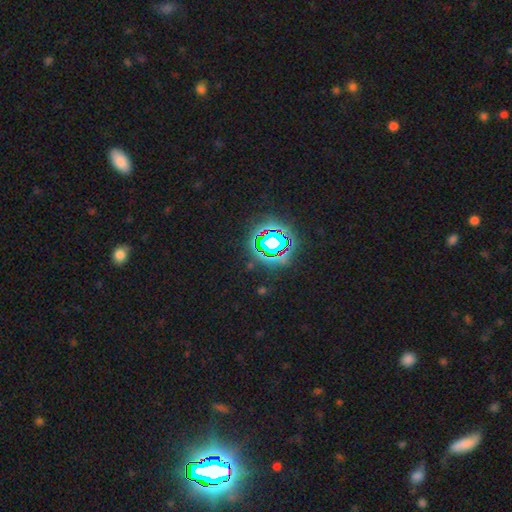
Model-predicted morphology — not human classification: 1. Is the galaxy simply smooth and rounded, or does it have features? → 82% star or artifact, 11% smooth, 7% featured or disk.